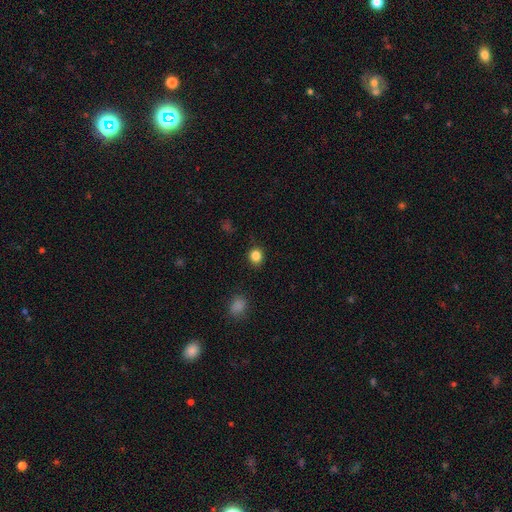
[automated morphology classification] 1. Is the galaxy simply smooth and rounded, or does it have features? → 84% smooth, 11% star or artifact, 4% featured or disk.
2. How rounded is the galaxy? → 80% round, 19% in between, 1% cigar-shaped.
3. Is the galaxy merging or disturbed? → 89% none, 8% minor disturbance, 2% major disturbance, 1% merger.